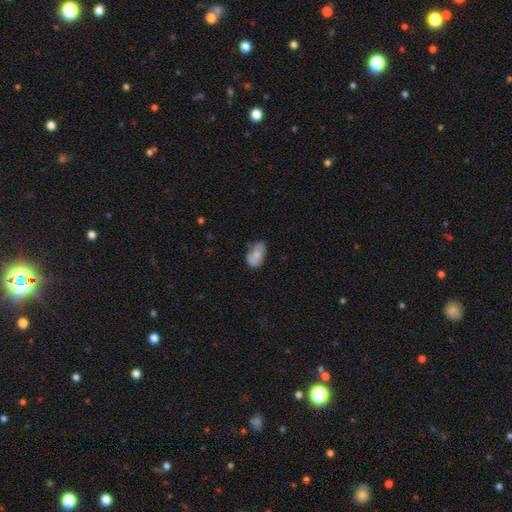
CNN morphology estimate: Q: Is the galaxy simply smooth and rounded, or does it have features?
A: smooth — 70%.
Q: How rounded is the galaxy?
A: in between — 91%.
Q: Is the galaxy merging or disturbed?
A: none — 55%.